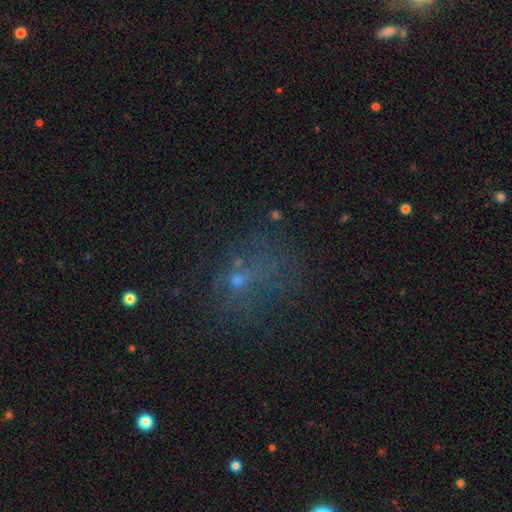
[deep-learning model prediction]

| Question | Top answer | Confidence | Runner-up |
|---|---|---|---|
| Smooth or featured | star or artifact | 44% | smooth (35%) |